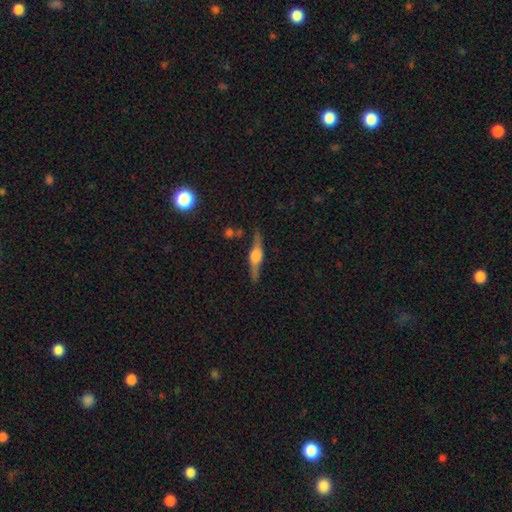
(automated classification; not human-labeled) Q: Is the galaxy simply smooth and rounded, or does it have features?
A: featured or disk — 80%.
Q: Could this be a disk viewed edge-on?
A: yes — 97%.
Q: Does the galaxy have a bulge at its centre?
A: rounded — 89%.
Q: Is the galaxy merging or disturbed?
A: none — 86%.